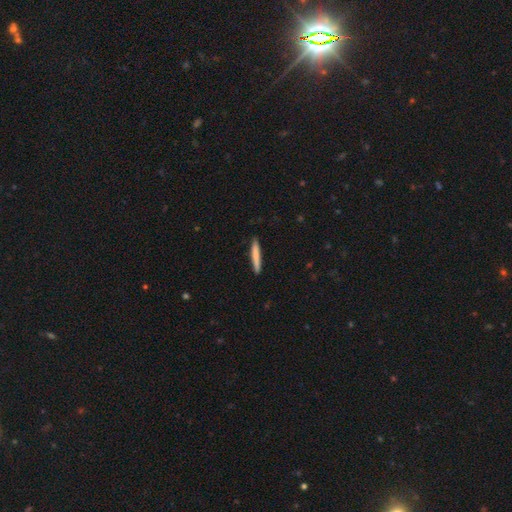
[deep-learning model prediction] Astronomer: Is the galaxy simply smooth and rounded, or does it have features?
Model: smooth — 77%.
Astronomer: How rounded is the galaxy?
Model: cigar-shaped — 96%.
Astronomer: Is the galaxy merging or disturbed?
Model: none — 90%.